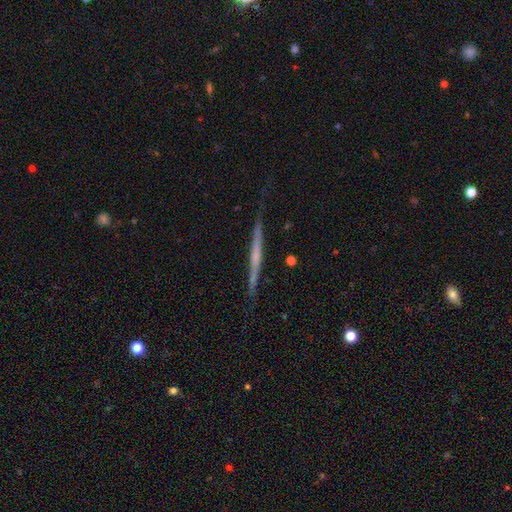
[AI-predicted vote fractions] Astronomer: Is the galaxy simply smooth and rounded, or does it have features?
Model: featured or disk — 67%.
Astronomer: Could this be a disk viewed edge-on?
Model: yes — 98%.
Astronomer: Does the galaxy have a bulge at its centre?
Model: none — 65%.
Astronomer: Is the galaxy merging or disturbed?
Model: none — 85%.